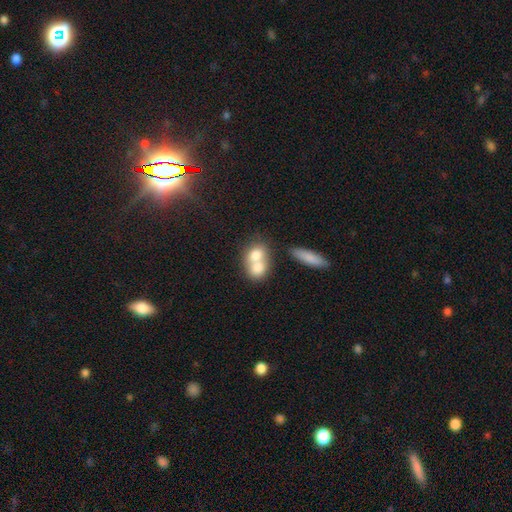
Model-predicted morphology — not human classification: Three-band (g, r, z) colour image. It shows a smooth galaxy with no disk features (73%) that is in between round and cigar-shaped (51%). Merging: merger (69%).